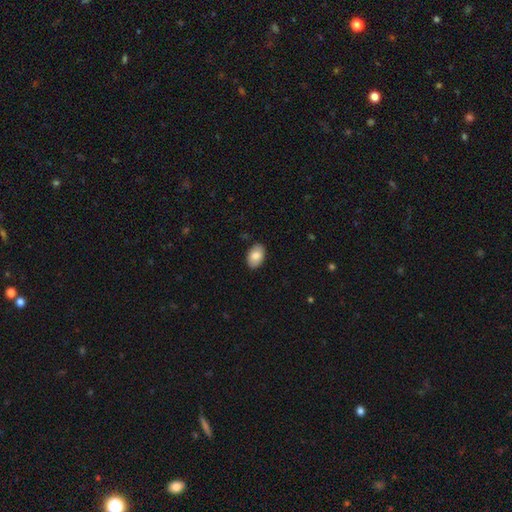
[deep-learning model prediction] The model was most divided on "smooth or featured": smooth: 83%, featured or disk: 11%, star or artifact: 6%. More confident: how rounded — in between (91%); merging — none (88%).